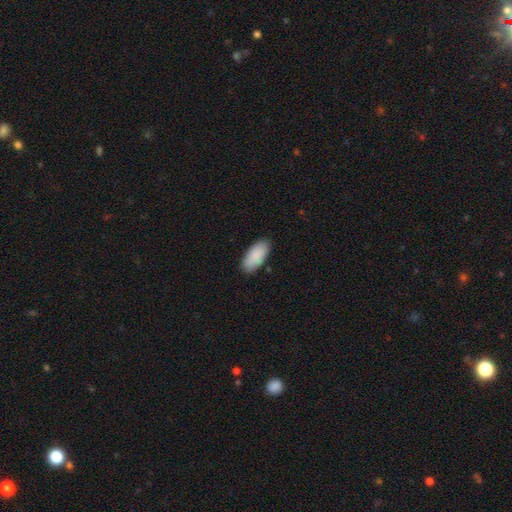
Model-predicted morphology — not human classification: A smooth galaxy with no disk features (89%) that is in between round and cigar-shaped (90%).

Vote fractions:
- Smooth or featured? smooth: 89% / star or artifact: 6% / featured or disk: 5%
- How rounded? in between: 90% / cigar-shaped: 8% / round: 2%
- Merging? none: 84% / minor disturbance: 12% / major disturbance: 2% / merger: 1%